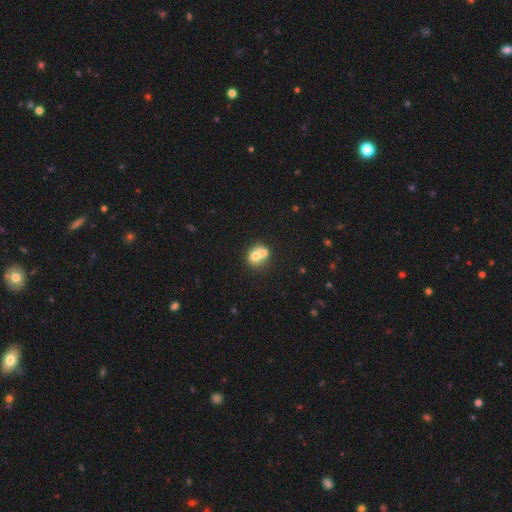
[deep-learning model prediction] Q: Smooth or featured?
A: smooth (66%); runner-up: featured or disk (24%)
Q: How rounded?
A: round (69%); runner-up: in between (30%)
Q: Merging?
A: merger (66%); runner-up: none (26%)